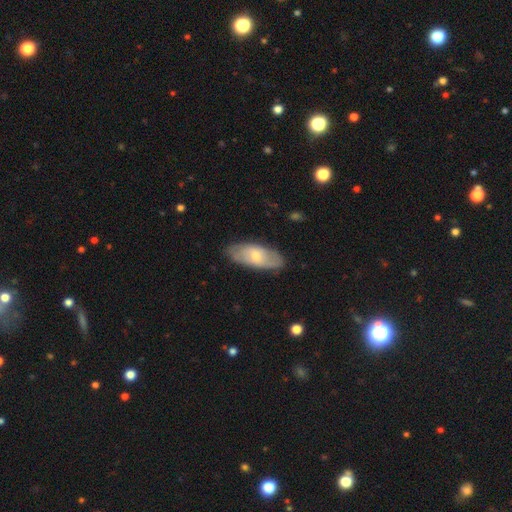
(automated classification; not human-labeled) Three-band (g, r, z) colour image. It shows a smooth galaxy with no disk features (53%) that is in between round and cigar-shaped (83%). Merging: none (81%).